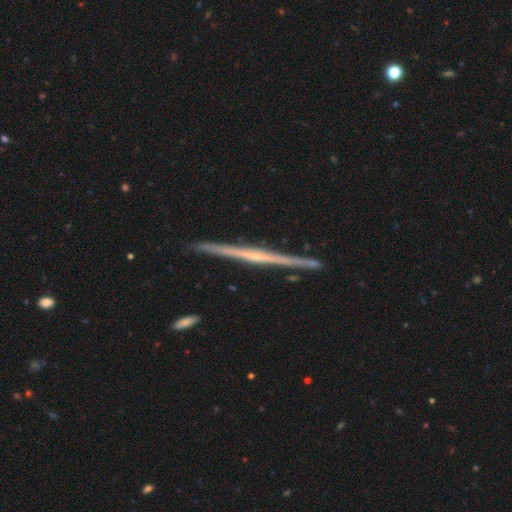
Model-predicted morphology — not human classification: smooth_or_featured: featured or disk (p=0.79) [alt: smooth p=0.16]
disk_edge_on: yes (p=0.98) [alt: no p=0.02]
edge_on_bulge: none (p=0.66) [alt: rounded p=0.25]
merging: none (p=0.90) [alt: minor disturbance p=0.07]